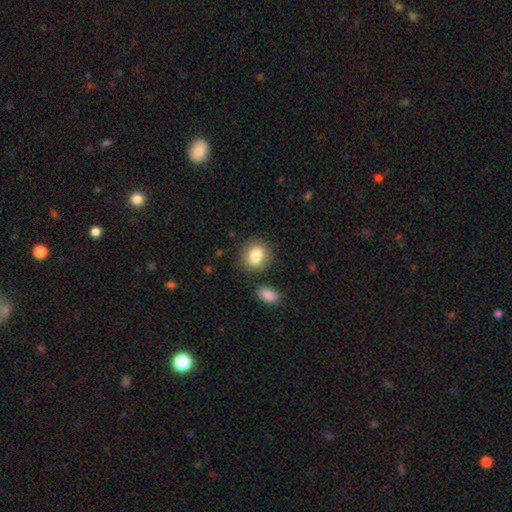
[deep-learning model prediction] smooth 84%, star or artifact 8%, featured or disk 8%. Down the decision tree: how rounded — round (66%); merging — none (82%).